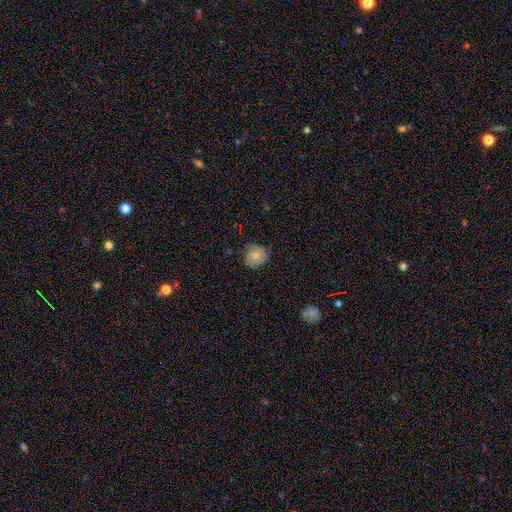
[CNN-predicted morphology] smooth_or_featured: smooth (p=0.62) [alt: featured or disk p=0.30]
how_rounded: round (p=0.70) [alt: in between p=0.29]
merging: none (p=0.63) [alt: minor disturbance p=0.28]